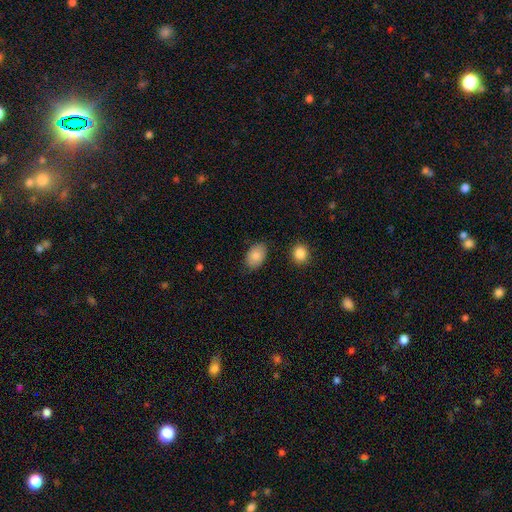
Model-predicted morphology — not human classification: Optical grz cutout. It shows a smooth galaxy with no disk features (84%) that is in between round and cigar-shaped (87%). Merging: none (81%).